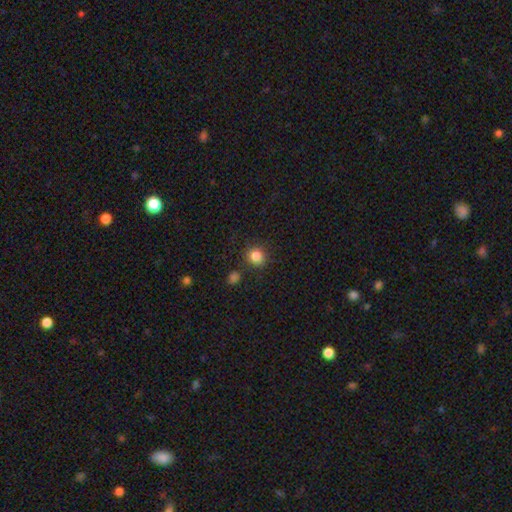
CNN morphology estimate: A smooth galaxy with no disk features (83%) that is round (87%). Merging: none (82%).